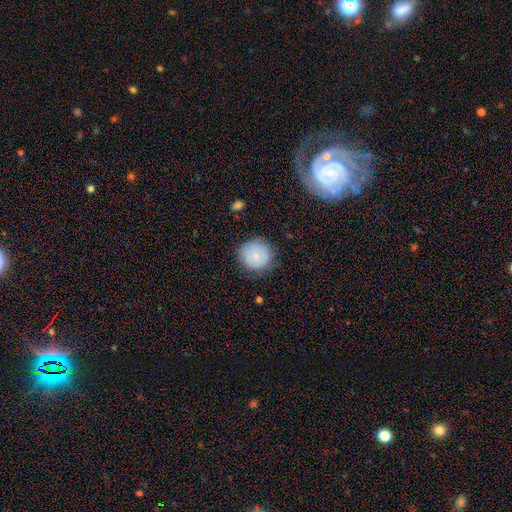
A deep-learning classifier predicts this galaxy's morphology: Overall: smooth (80%). How rounded: round (93%). Merging: none (81%).